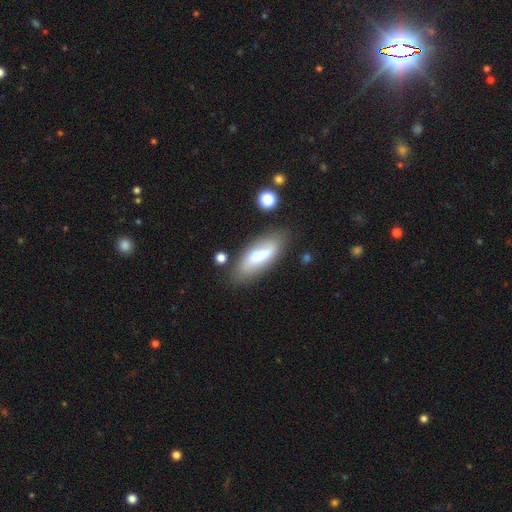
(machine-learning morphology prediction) smooth-or-featured: smooth: 53% | featured or disk: 40% | star or artifact: 7%
  how-rounded: in between: 68% | cigar-shaped: 29% | round: 3%
  merging: none: 71% | minor disturbance: 17% | merger: 6% | major disturbance: 6%